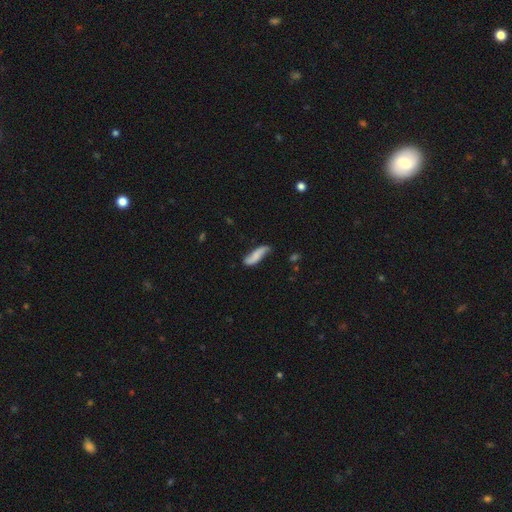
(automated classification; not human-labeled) This appears to be a smooth galaxy with no disk features (58%) that is cigar-shaped (63%). Merging: none (66%).